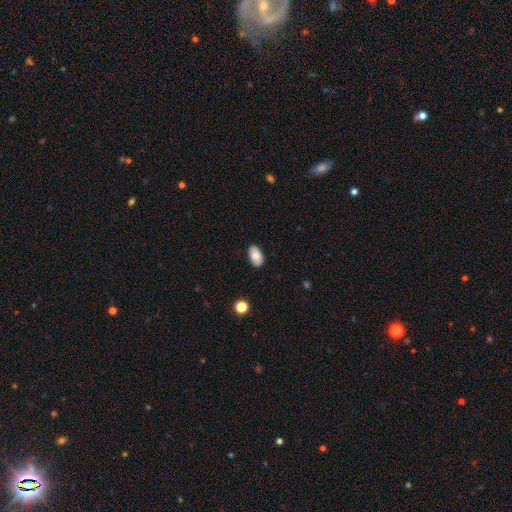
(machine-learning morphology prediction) Smooth or featured? Predicted: smooth (p=0.80). How rounded? Predicted: in between (p=0.94). Merging? Predicted: none (p=0.85).